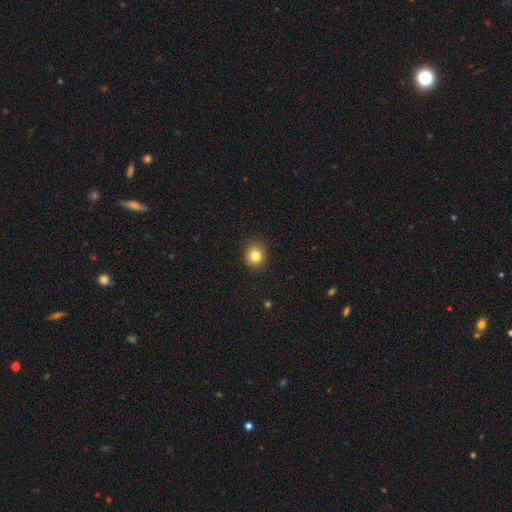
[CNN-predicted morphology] A smooth galaxy with no disk features (81%) that is round (86%).

Vote fractions:
- Smooth or featured? smooth: 81% / star or artifact: 12% / featured or disk: 7%
- How rounded? round: 86% / in between: 13% / cigar-shaped: 1%
- Merging? none: 90% / minor disturbance: 7% / major disturbance: 2% / merger: 1%